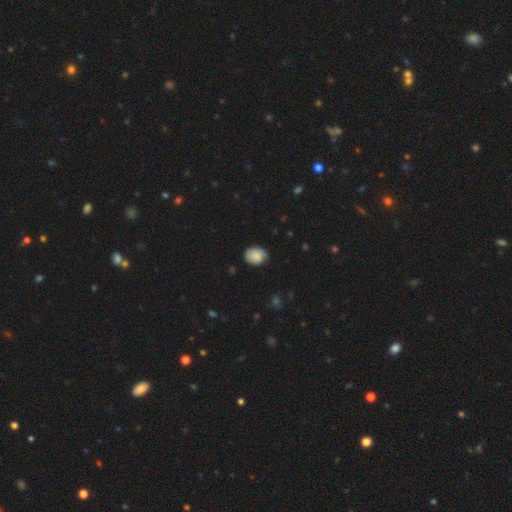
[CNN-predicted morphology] This is clearly a smooth galaxy (83%). How rounded: possibly round (54%). Merging: likely none (71%).